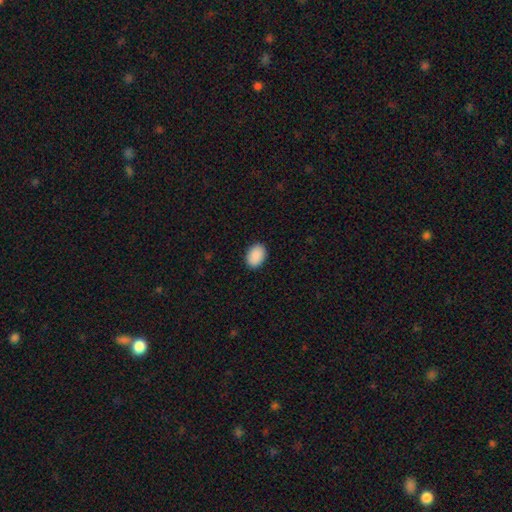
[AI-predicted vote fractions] Morphology: type=smooth (91%); roundness=in between (82%); merging=none (90%).